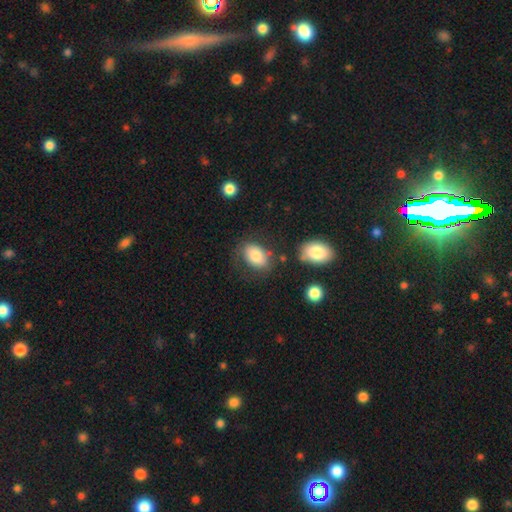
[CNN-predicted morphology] Smooth or featured? smooth (80%)
How rounded? in between (83%)
Merging? none (65%)